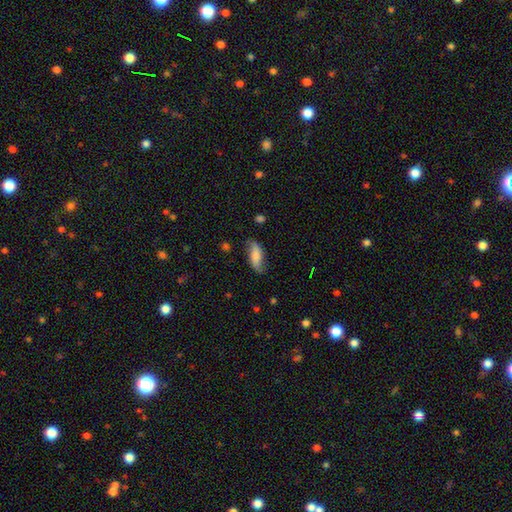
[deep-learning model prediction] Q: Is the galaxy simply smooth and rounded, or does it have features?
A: smooth — 63%.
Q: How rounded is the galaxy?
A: in between — 77%.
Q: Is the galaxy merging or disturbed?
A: none — 69%.